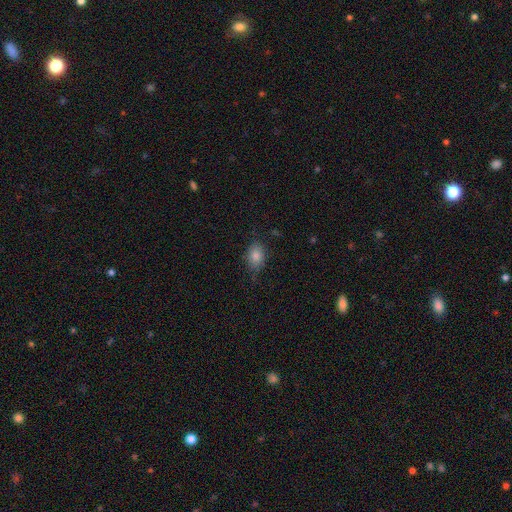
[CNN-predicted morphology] Overall: smooth (79%). How rounded: in between (76%). Merging: none (75%).